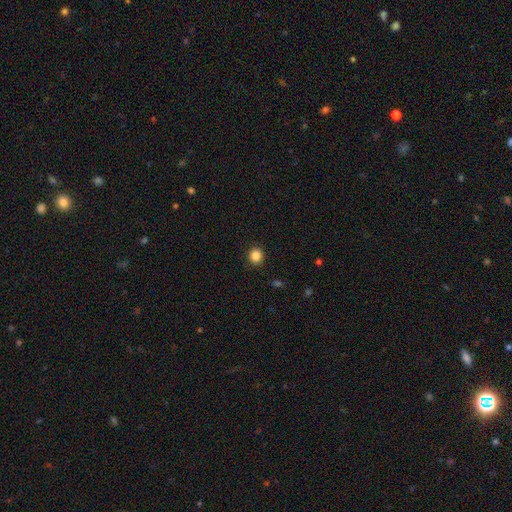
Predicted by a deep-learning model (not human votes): smooth-or-featured: smooth: 85% | star or artifact: 11% | featured or disk: 4%
  how-rounded: round: 90% | in between: 9% | cigar-shaped: 1%
  merging: none: 92% | minor disturbance: 5% | major disturbance: 2% | merger: 1%